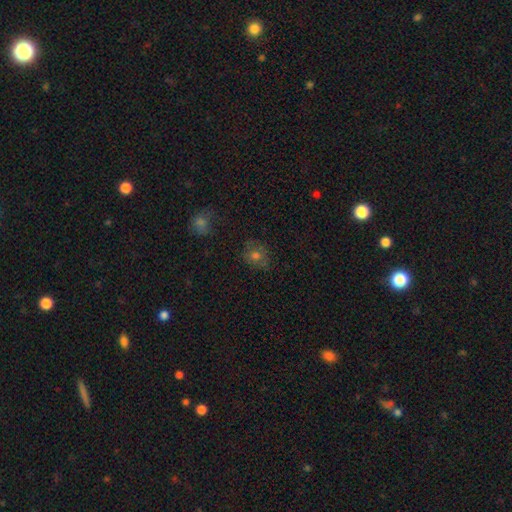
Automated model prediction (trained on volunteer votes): The model was most divided on "smooth or featured": smooth: 65%, star or artifact: 20%, featured or disk: 15%. More confident: merging — none (76%); how rounded — round (74%).